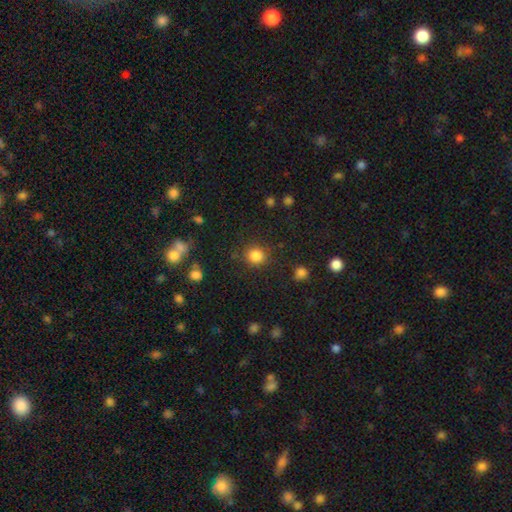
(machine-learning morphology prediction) type=smooth (84%); roundness=round (86%); merging=none (84%).